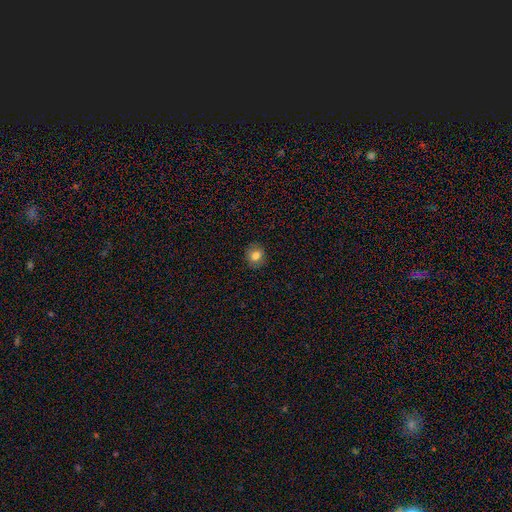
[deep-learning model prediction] A smooth galaxy with no disk features (81%) that is round (75%). Merging: none (88%).